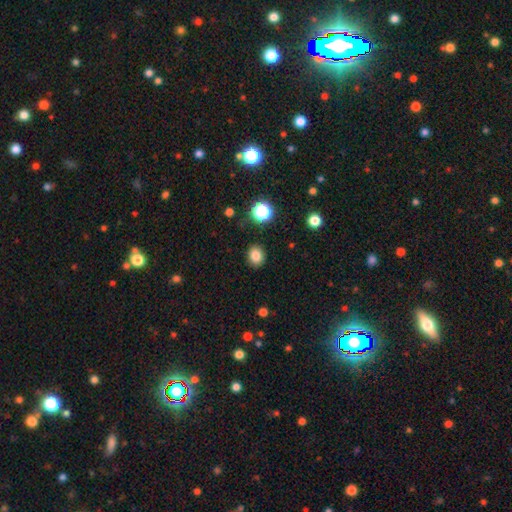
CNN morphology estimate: The model was most divided on "how rounded": round: 68%, in between: 32%, cigar-shaped: 1%. More confident: merging — none (88%); smooth or featured — smooth (82%).